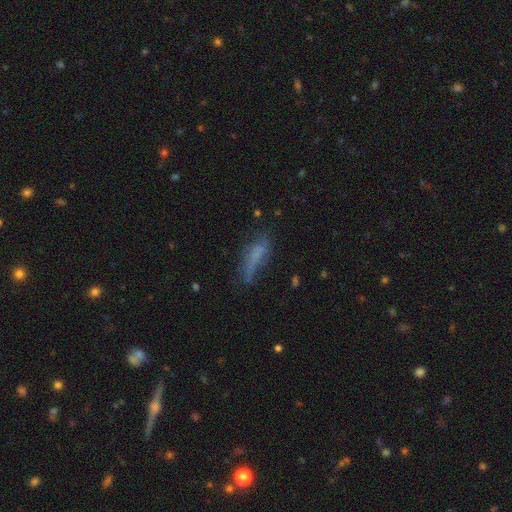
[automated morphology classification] Smooth or featured? Predicted: smooth (p=0.59). How rounded? Predicted: cigar-shaped (p=0.56). Merging? Predicted: none (p=0.43).